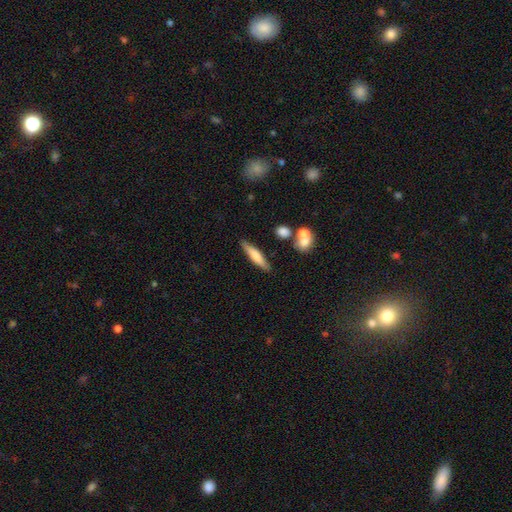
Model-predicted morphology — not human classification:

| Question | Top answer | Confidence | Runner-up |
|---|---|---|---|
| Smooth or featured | smooth | 62% | featured or disk (31%) |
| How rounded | cigar-shaped | 83% | in between (15%) |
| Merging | none | 82% | minor disturbance (11%) |